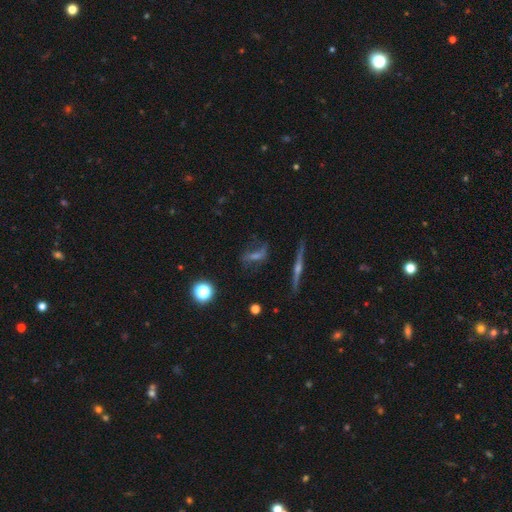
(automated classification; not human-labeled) smooth_or_featured: featured or disk (p=0.58) [alt: smooth p=0.22]
disk_edge_on: no (p=0.52) [alt: yes p=0.48]
merging: none (p=0.63) [alt: minor disturbance p=0.18]